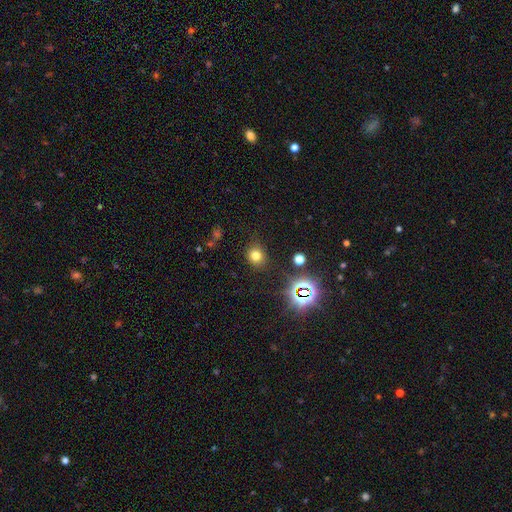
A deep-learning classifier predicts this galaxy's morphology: Smooth or featured? Predicted: smooth (p=0.72). How rounded? Predicted: round (p=0.76). Merging? Predicted: none (p=0.83).